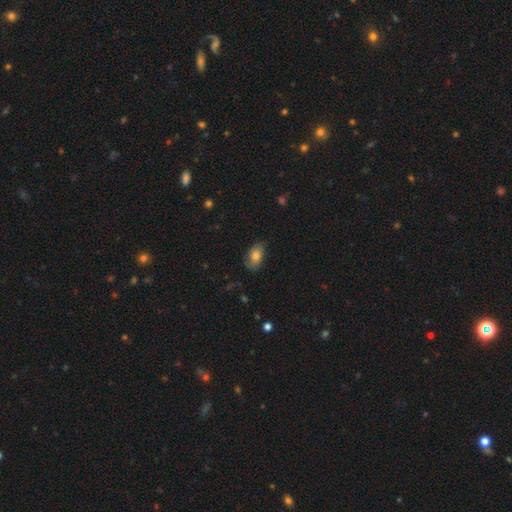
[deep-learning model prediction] Overall: smooth (74%). How rounded: in between (89%). Merging: none (71%).